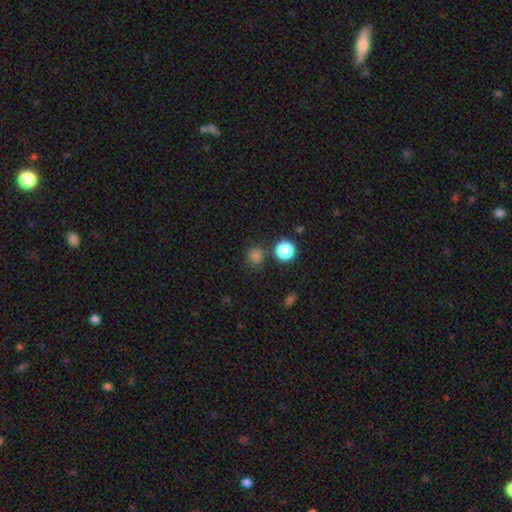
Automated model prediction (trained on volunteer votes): smooth 78%, star or artifact 18%, featured or disk 4%. Down the decision tree: how rounded — round (87%); merging — none (80%).